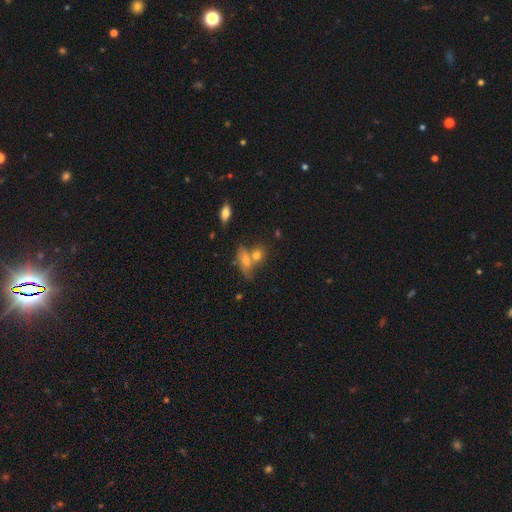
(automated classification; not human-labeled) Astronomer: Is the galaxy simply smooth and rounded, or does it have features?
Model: smooth — 51% (runner-up: featured or disk, 29%).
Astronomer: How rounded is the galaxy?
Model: in between — 56%.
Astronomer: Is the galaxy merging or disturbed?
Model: none — 45% (runner-up: merger, 38%).